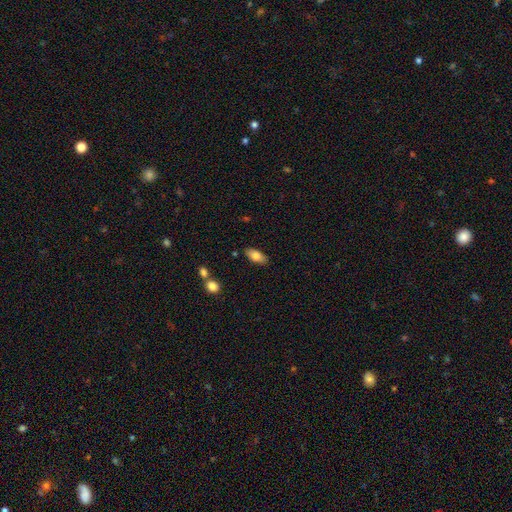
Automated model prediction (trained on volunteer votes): Overall: smooth (81%). How rounded: in between (88%). Merging: none (83%).